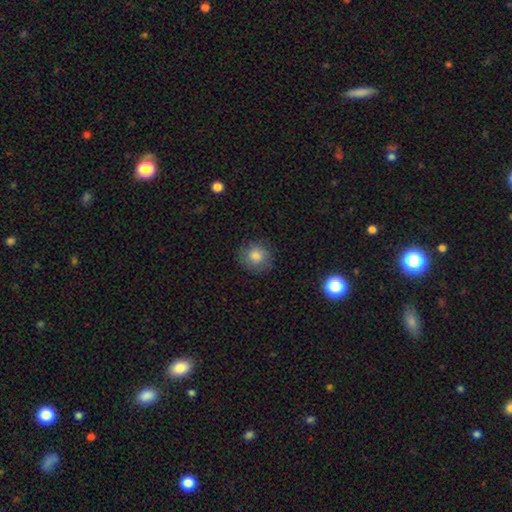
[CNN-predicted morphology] Smooth or featured: smooth — 81% (star or artifact — 10%)
How rounded: round — 87% (in between — 12%)
Merging: none — 83% (minor disturbance — 12%)